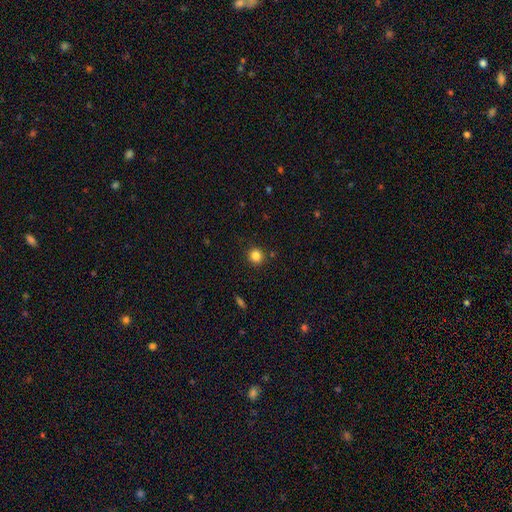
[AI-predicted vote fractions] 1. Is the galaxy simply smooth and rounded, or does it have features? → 84% smooth, 12% star or artifact, 4% featured or disk.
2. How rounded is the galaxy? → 93% round, 6% in between, 1% cigar-shaped.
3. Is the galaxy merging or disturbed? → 90% none, 6% minor disturbance, 2% major disturbance, 2% merger.